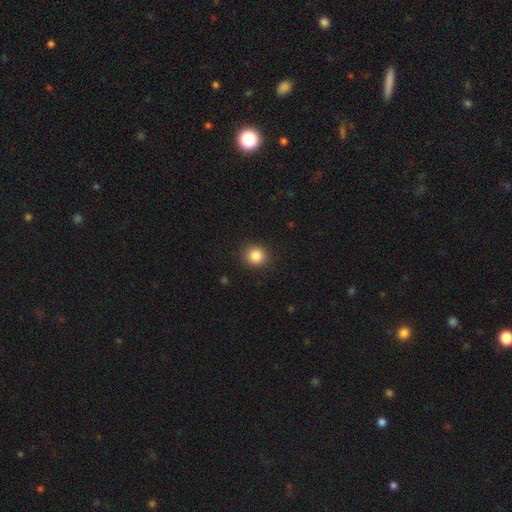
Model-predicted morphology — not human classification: Smooth or featured?
  - smooth: 86% *
  - star or artifact: 10%
  - featured or disk: 4%
How rounded?
  - round: 86% *
  - in between: 13%
  - cigar-shaped: 1%
Merging?
  - none: 90% *
  - minor disturbance: 7%
  - major disturbance: 2%
  - merger: 1%